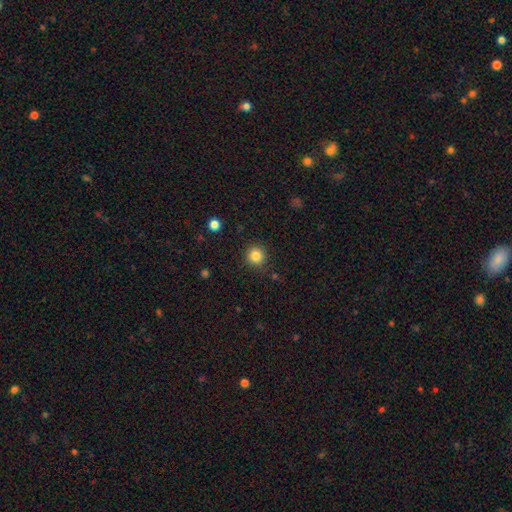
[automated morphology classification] smooth_or_featured: smooth (p=0.84) [alt: star or artifact p=0.11]
how_rounded: round (p=0.94) [alt: in between p=0.05]
merging: none (p=0.89) [alt: minor disturbance p=0.07]